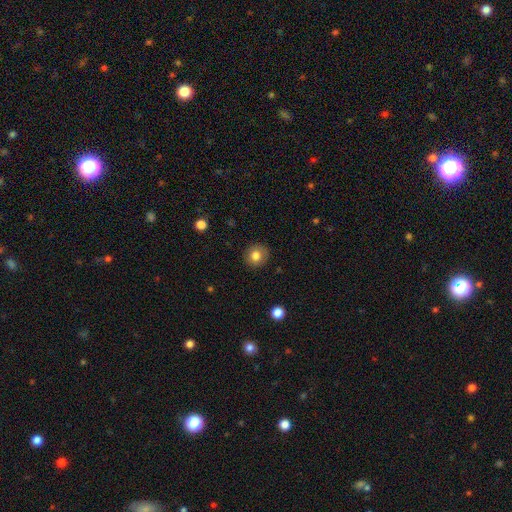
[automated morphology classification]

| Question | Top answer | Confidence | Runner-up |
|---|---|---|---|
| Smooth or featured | smooth | 81% | featured or disk (10%) |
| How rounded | round | 92% | in between (7%) |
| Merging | none | 90% | minor disturbance (7%) |